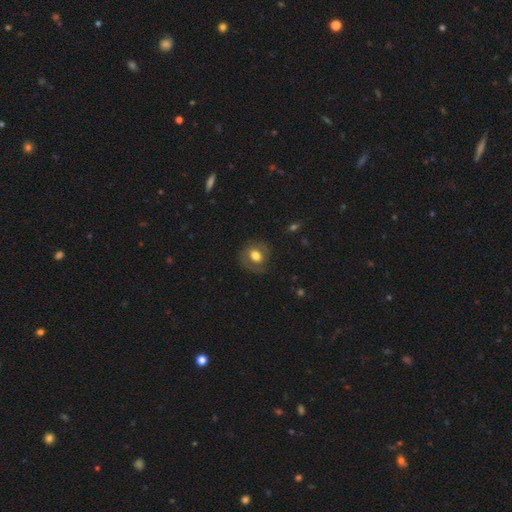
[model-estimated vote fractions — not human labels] smooth 68%, featured or disk 23%, star or artifact 10%. Down the decision tree: how rounded — round (60%); merging — none (77%).